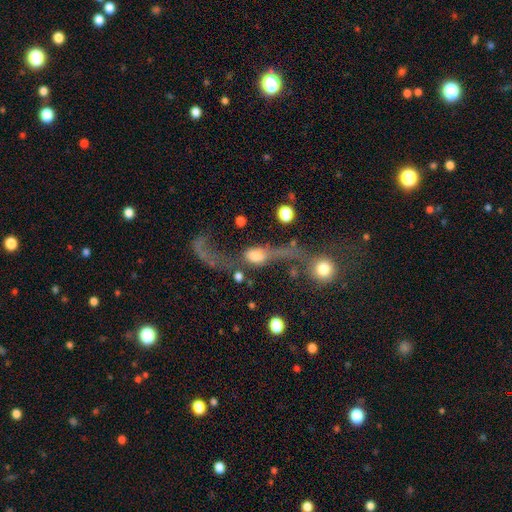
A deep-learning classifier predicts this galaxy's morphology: type=featured or disk (57%); edge-on=no (75%); merging=major disturbance (39%).